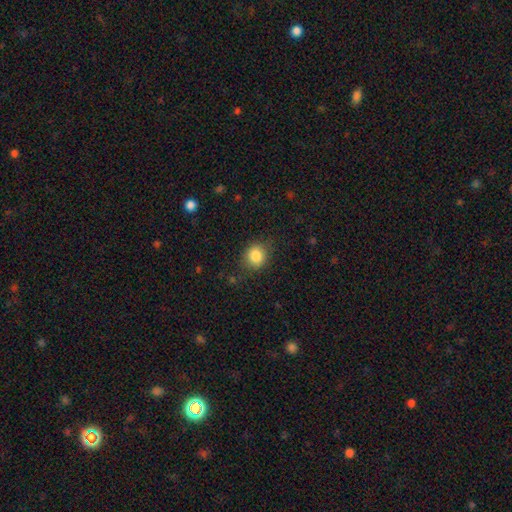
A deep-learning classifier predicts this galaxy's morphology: Overall: smooth (85%). How rounded: round (77%). Merging: none (82%).